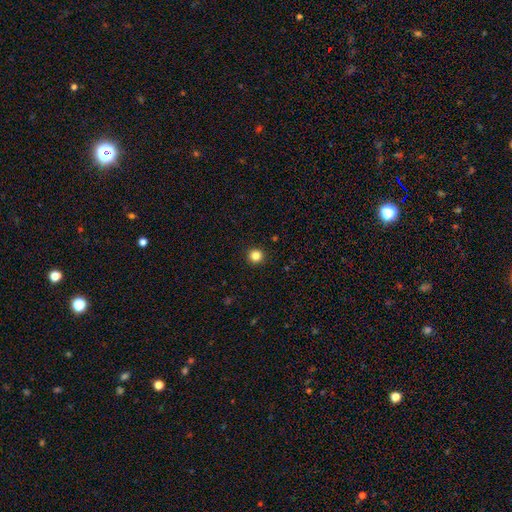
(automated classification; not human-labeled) smooth 85%, star or artifact 12%, featured or disk 4%. Down the decision tree: how rounded — round (95%); merging — none (93%).